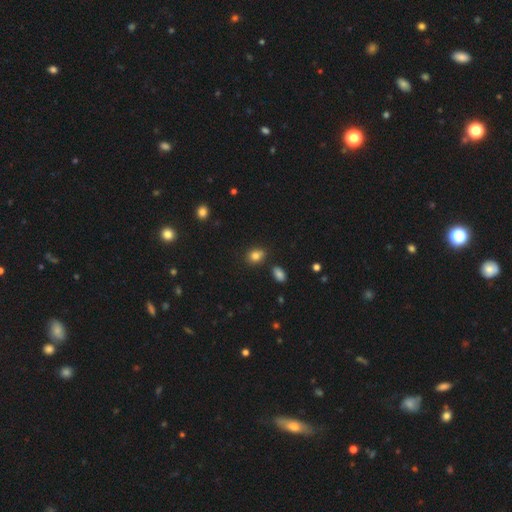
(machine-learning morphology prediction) Q: Smooth or featured?
A: smooth (82%); runner-up: star or artifact (12%)
Q: How rounded?
A: in between (52%); runner-up: round (47%)
Q: Merging?
A: none (74%); runner-up: minor disturbance (15%)